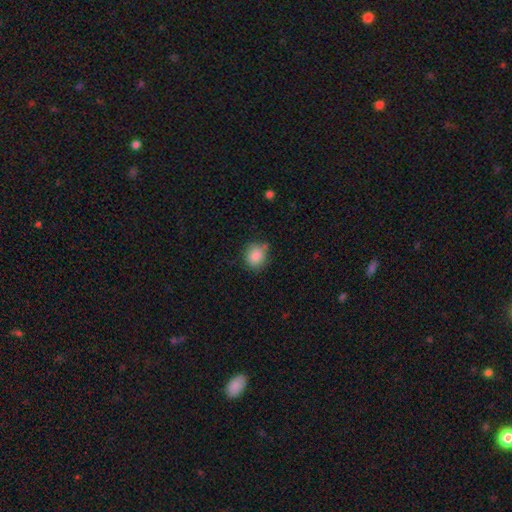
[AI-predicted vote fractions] This is clearly a smooth galaxy (86%). How rounded: likely round (75%). Merging: likely none (71%).